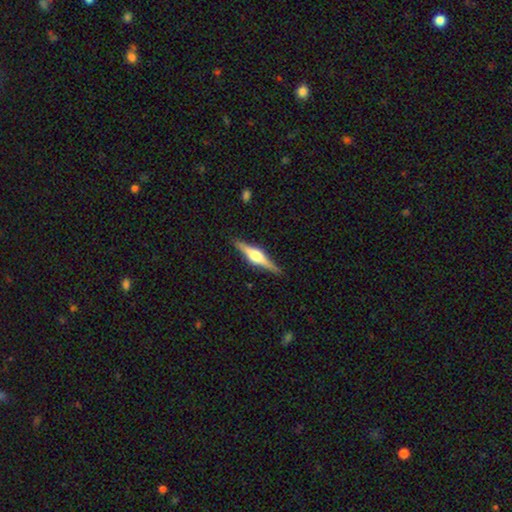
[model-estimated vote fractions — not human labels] Smooth or featured? featured or disk (79%)
Edge-on disk? yes (98%)
Edge-on bulge? rounded (90%)
Merging? none (90%)